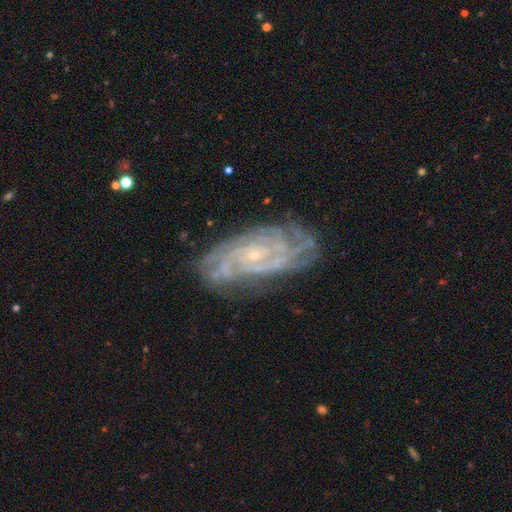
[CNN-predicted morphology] smooth-or-featured: featured or disk: 88% | star or artifact: 6% | smooth: 6%
  disk-edge-on: no: 95% | yes: 5%
    bar: no: 61% | weak: 30% | strong: 9%
    has-spiral-arms: yes: 97% | no: 3%
      spiral-winding: tight: 74% | medium: 22% | loose: 4%
      spiral-arm-count: can't tell: 26% | 4: 20% | 2: 19% | 3: 17% | more than 4: 11% | 1: 7%
    bulge-size: small: 82% | moderate: 13% | none: 3% | large: 1% | dominant: 1%
  merging: none: 75% | minor disturbance: 18% | major disturbance: 5% | merger: 2%